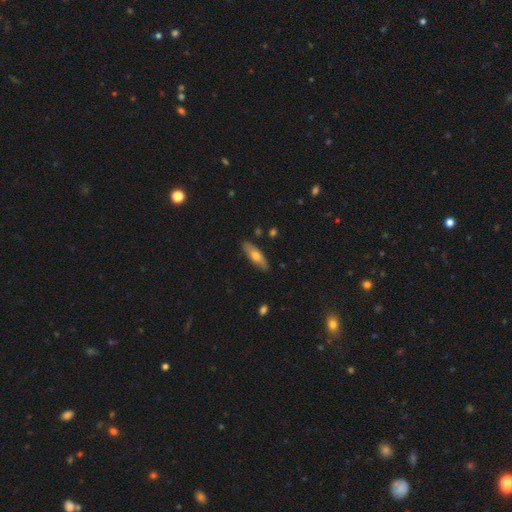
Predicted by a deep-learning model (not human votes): smooth-or-featured: smooth: 61% | featured or disk: 33% | star or artifact: 6%
  how-rounded: cigar-shaped: 49% (tied) | in between: 49% (tied) | round: 2%
  merging: none: 87% | minor disturbance: 10% | major disturbance: 2% | merger: 1%